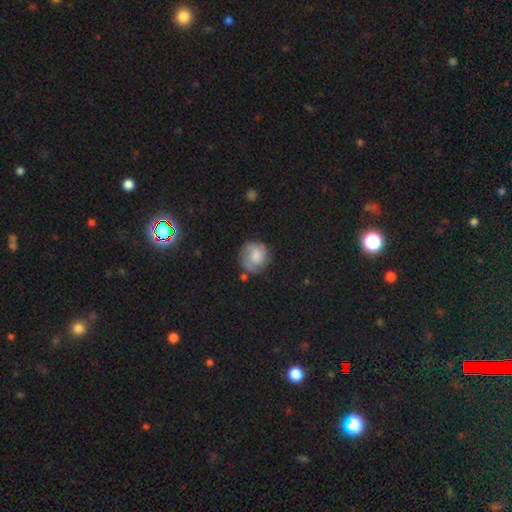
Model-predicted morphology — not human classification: This is possibly a smooth galaxy (56%). How rounded: clearly round (85%). Merging: likely none (66%).